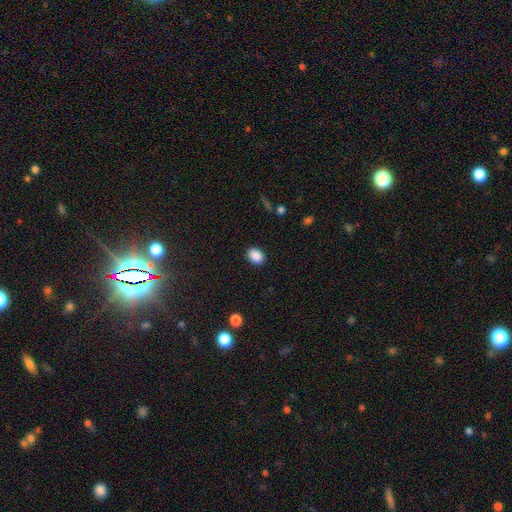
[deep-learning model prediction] smooth-or-featured: smooth: 88% | star or artifact: 8% | featured or disk: 3%
  how-rounded: in between: 67% | round: 32% | cigar-shaped: 1%
  merging: none: 90% | minor disturbance: 7% | major disturbance: 2% | merger: 1%